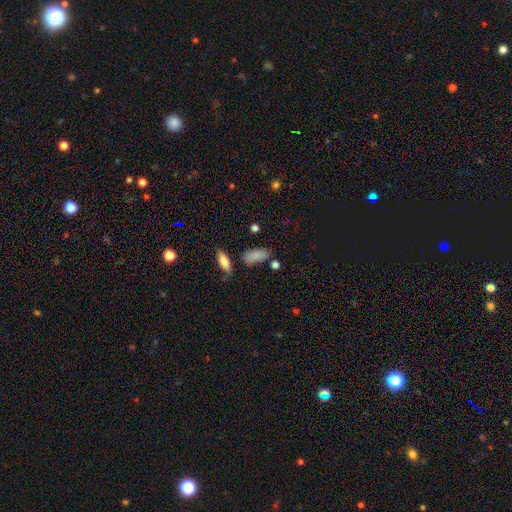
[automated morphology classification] type=smooth (83%); roundness=in between (86%); merging=none (65%).